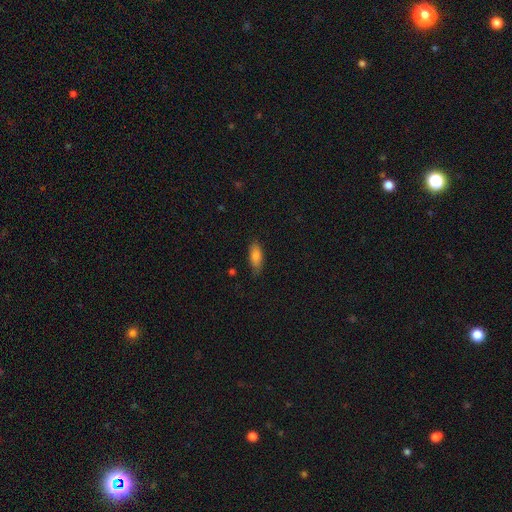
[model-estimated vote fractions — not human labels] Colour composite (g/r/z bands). It shows a smooth galaxy with no disk features (80%) that is in between round and cigar-shaped (76%). Merging: none (76%).